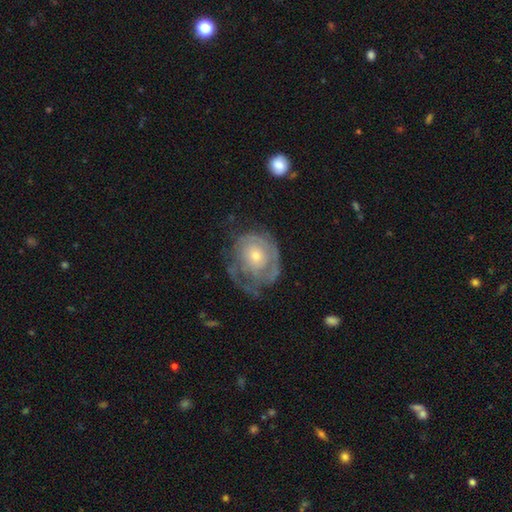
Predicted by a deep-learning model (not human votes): featured or disk 73%, smooth 21%, star or artifact 6%. Down the decision tree: edge-on disk — no (97%); bar — no (83%); spiral arms — yes (77%); spiral arm count — can't tell (52%); spiral winding — tight (69%); bulge size — small (58%); merging — none (52%).